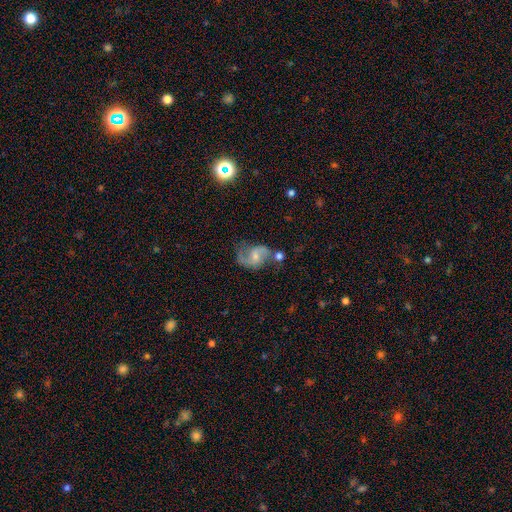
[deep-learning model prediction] Smooth or featured?
  - featured or disk: 81% *
  - smooth: 13%
  - star or artifact: 7%
Edge-on disk?
  - no: 98% *
  - yes: 2%
Bar?
  - no: 46% *
  - weak: 45%
  - strong: 9%
Spiral arms?
  - yes: 94% *
  - no: 6%
Spiral winding?
  - medium: 46% *
  - loose: 43%
  - tight: 11%
Spiral arm count?
  - 2: 88% *
  - 1: 5%
  - can't tell: 4%
  - 3: 1%
  - 4: 1%
  - more than 4: 1%
Bulge size?
  - small: 48% *
  - moderate: 40%
  - none: 8%
  - large: 3%
  - dominant: 1%
Merging?
  - none: 52% *
  - minor disturbance: 22%
  - major disturbance: 13%
  - merger: 13%